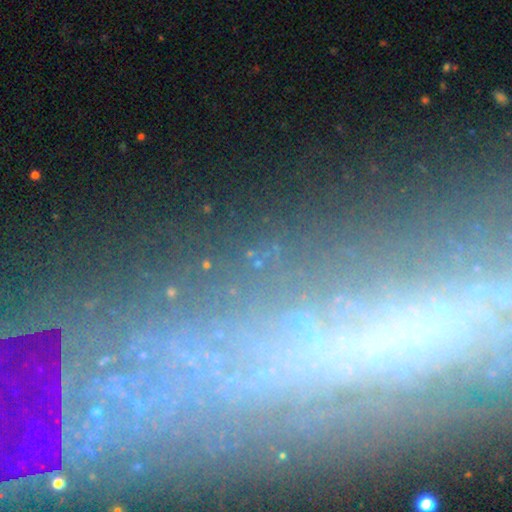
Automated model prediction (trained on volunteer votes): smooth-or-featured: star or artifact: 51% | smooth: 27% | featured or disk: 22%